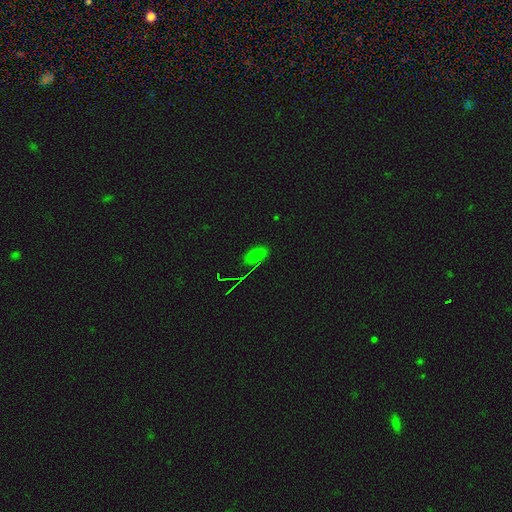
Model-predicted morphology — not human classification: smooth-or-featured: smooth: 70% | star or artifact: 22% | featured or disk: 8%
  how-rounded: in between: 87% | cigar-shaped: 7% | round: 5%
  merging: none: 81% | minor disturbance: 13% | major disturbance: 3% | merger: 2%